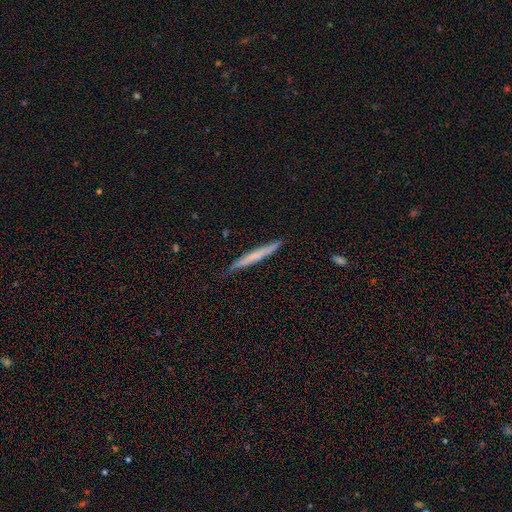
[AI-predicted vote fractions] A smooth galaxy with no disk features (54%) that is cigar-shaped (97%).

Vote fractions:
- Smooth or featured? smooth: 54% / featured or disk: 40% / star or artifact: 6%
- How rounded? cigar-shaped: 97% / in between: 2% / round: 1%
- Merging? none: 85% / minor disturbance: 12% / major disturbance: 2% / merger: 1%